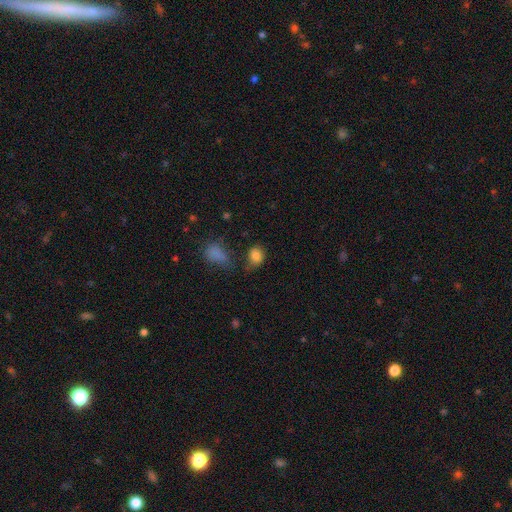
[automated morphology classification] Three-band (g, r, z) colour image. It shows a smooth galaxy with no disk features (82%) that is in between round and cigar-shaped (52%). Merging: none (59%).